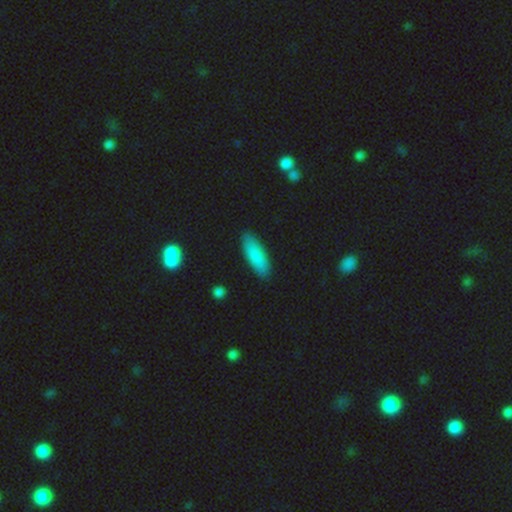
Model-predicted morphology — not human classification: A smooth galaxy with no disk features (85%) that is in between round and cigar-shaped (66%).

Vote fractions:
- Smooth or featured? smooth: 85% / featured or disk: 9% / star or artifact: 7%
- How rounded? in between: 66% / cigar-shaped: 32% / round: 2%
- Merging? none: 88% / minor disturbance: 9% / major disturbance: 2% / merger: 1%